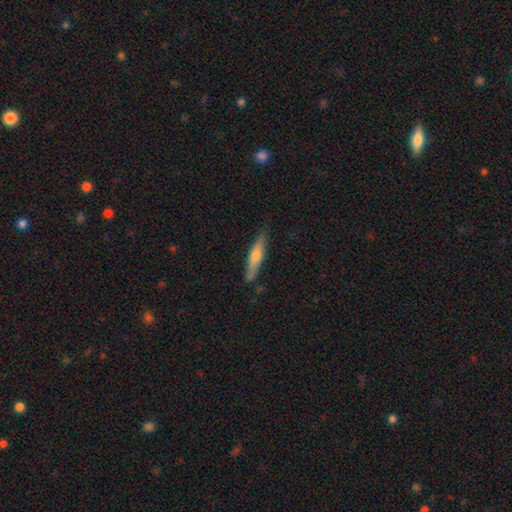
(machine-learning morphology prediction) The model was most divided on "smooth or featured": smooth: 54%, featured or disk: 40%, star or artifact: 6%. More confident: how rounded — cigar-shaped (84%); merging — none (80%).